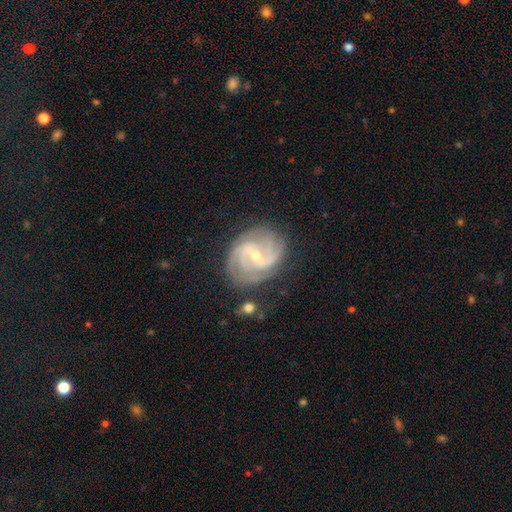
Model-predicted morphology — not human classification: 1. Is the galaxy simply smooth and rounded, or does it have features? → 89% featured or disk, 5% star or artifact, 5% smooth.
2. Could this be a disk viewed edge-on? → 97% no, 3% yes.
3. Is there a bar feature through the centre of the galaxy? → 49% weak, 38% strong, 14% no.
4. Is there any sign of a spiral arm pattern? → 97% yes, 3% no.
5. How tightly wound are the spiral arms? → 47% medium, 39% tight, 14% loose.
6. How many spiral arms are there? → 49% 2, 20% 3, 15% can't tell, 8% 4, 4% 1, 4% more than 4.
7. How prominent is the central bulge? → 64% small, 32% moderate, 1% none, 1% large, 1% dominant.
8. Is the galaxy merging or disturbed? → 71% none, 18% minor disturbance, 8% major disturbance, 3% merger.